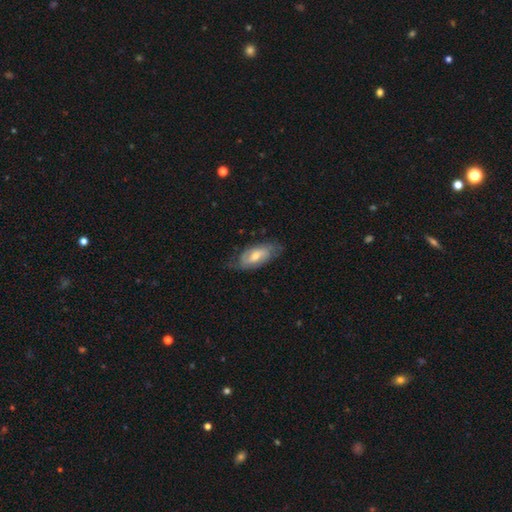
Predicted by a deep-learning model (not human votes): This appears to be a featured or disk galaxy (53%). Merging: none (65%).